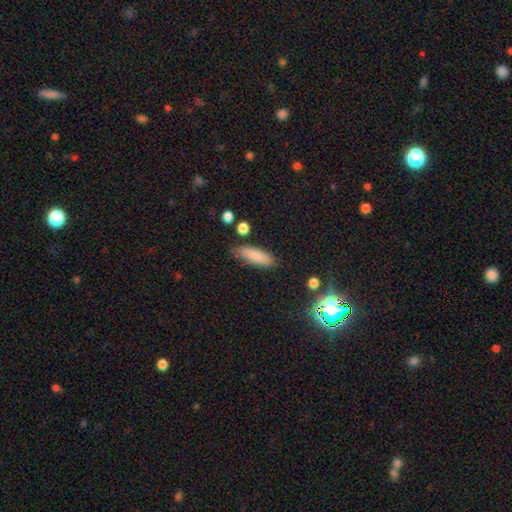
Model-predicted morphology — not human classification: This appears to be a smooth galaxy with no disk features (83%) that is in between round and cigar-shaped (55%). Merging: none (79%).